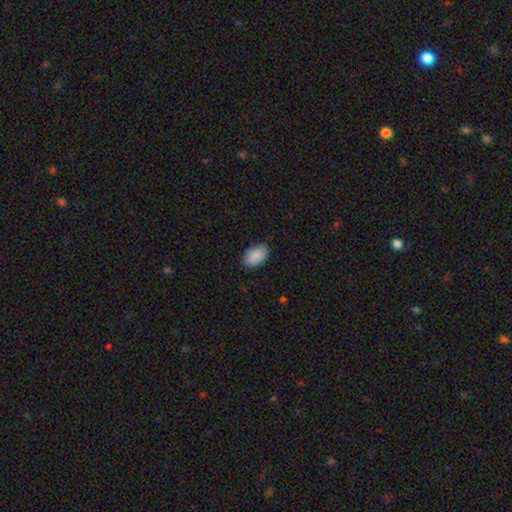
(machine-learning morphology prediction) Smooth or featured? Predicted: smooth (p=0.90). How rounded? Predicted: in between (p=0.93). Merging? Predicted: none (p=0.87).